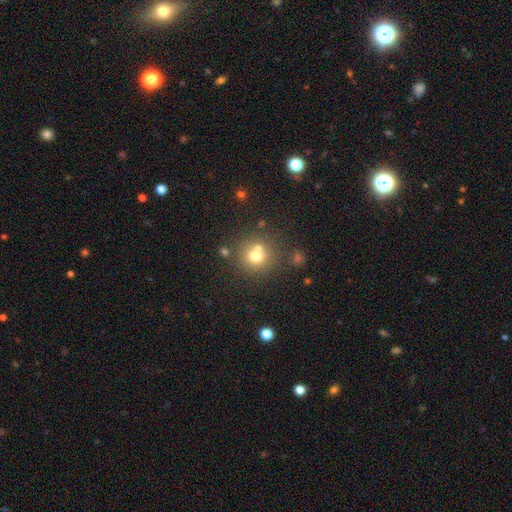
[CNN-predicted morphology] Overall: smooth (71%). How rounded: round (89%). Merging: none (60%; merger 27%).